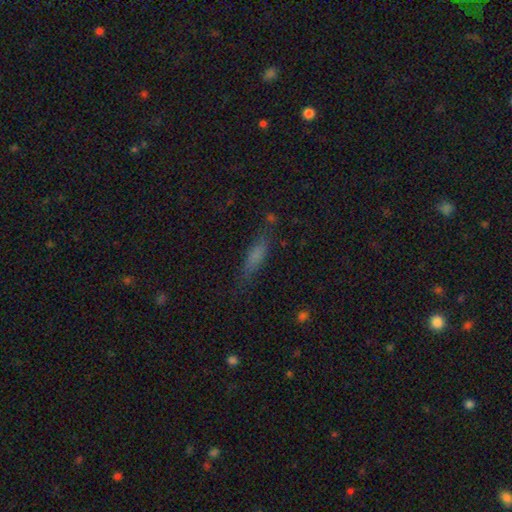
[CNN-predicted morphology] A smooth galaxy with no disk features (66%) that is cigar-shaped (70%).

Vote fractions:
- Smooth or featured? smooth: 66% / featured or disk: 21% / star or artifact: 13%
- How rounded? cigar-shaped: 70% / in between: 28% / round: 3%
- Merging? none: 71% / minor disturbance: 19% / major disturbance: 7% / merger: 3%